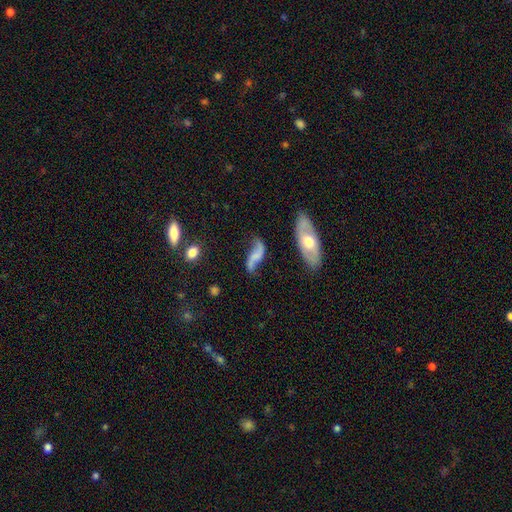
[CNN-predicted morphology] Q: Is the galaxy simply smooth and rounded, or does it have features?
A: featured or disk — 74%.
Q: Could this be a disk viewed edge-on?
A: no — 92%.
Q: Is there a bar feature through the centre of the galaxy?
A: no — 52%.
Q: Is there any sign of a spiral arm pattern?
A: yes — 90%.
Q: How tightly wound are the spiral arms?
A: loose — 86%.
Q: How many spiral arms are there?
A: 2 — 91%.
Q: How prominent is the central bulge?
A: none — 55%.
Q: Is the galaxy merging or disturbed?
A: none — 60%.